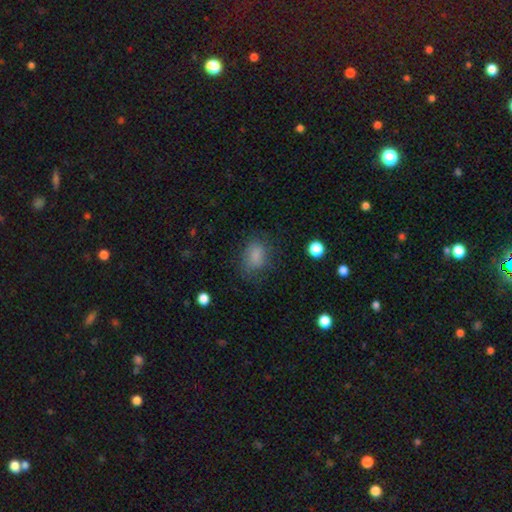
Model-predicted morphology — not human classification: The model was most divided on "how rounded": in between: 68%, round: 30%, cigar-shaped: 1%. More confident: smooth or featured — smooth (80%); merging — none (63%).